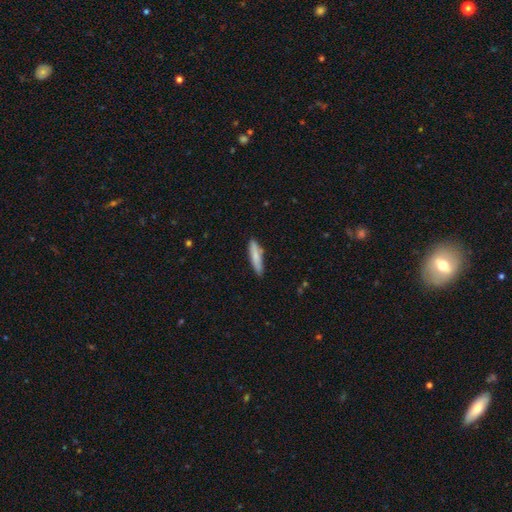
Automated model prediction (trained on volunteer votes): Smooth or featured: smooth — 78% (featured or disk — 16%)
How rounded: cigar-shaped — 81% (in between — 18%)
Merging: none — 82% (minor disturbance — 14%)